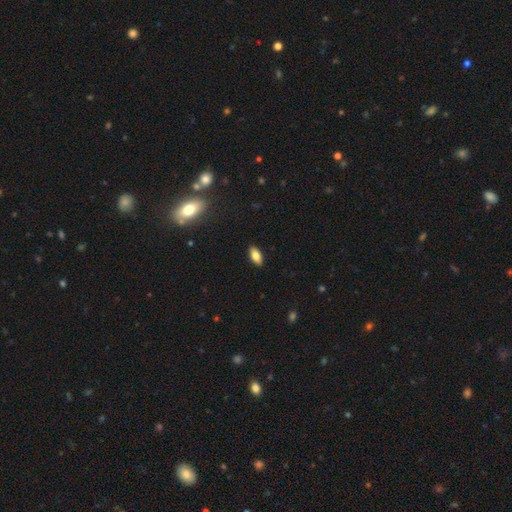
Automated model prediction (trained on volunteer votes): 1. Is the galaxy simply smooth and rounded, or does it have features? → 77% smooth, 15% featured or disk, 8% star or artifact.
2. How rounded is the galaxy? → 88% in between, 9% cigar-shaped, 3% round.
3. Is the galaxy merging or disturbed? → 90% none, 8% minor disturbance, 2% major disturbance, 1% merger.